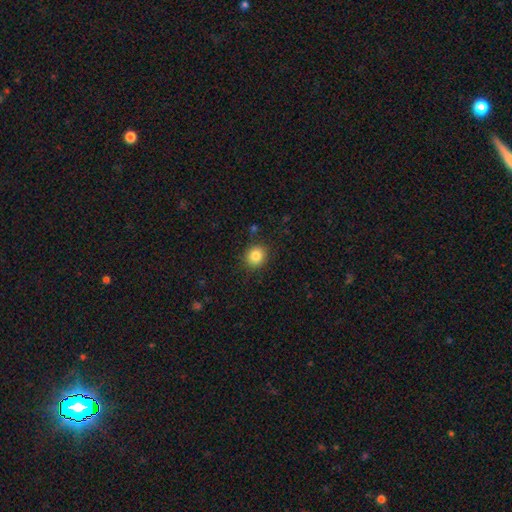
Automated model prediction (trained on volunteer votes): A smooth galaxy with no disk features (85%) that is round (81%). Merging: none (88%).